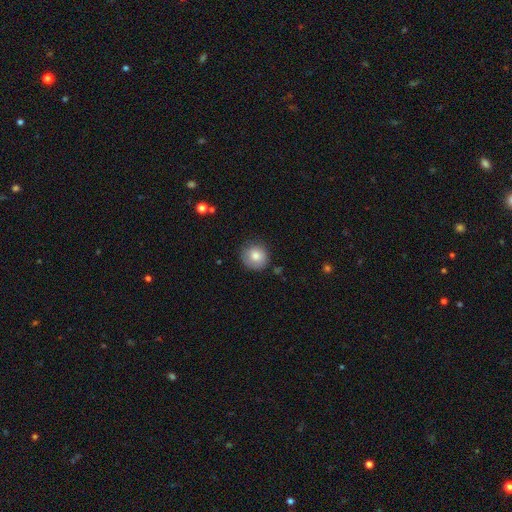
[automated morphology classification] smooth_or_featured: smooth (p=0.81) [alt: featured or disk p=0.11]
how_rounded: round (p=0.91) [alt: in between p=0.08]
merging: none (p=0.80) [alt: minor disturbance p=0.15]